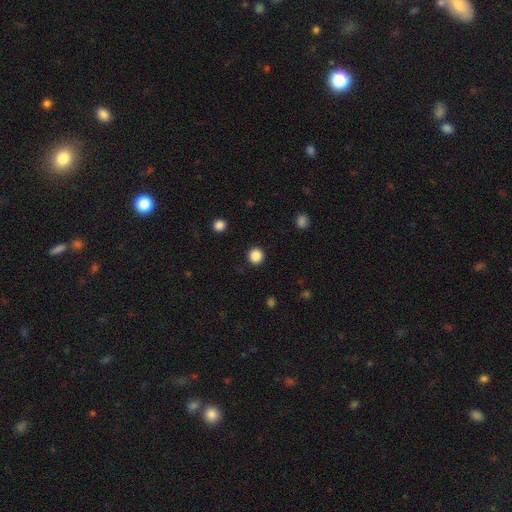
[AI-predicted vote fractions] A smooth galaxy with no disk features (87%) that is round (95%).

Vote fractions:
- Smooth or featured? smooth: 87% / star or artifact: 11% / featured or disk: 3%
- How rounded? round: 95% / in between: 4% / cigar-shaped: 1%
- Merging? none: 92% / minor disturbance: 5% / major disturbance: 2% / merger: 1%